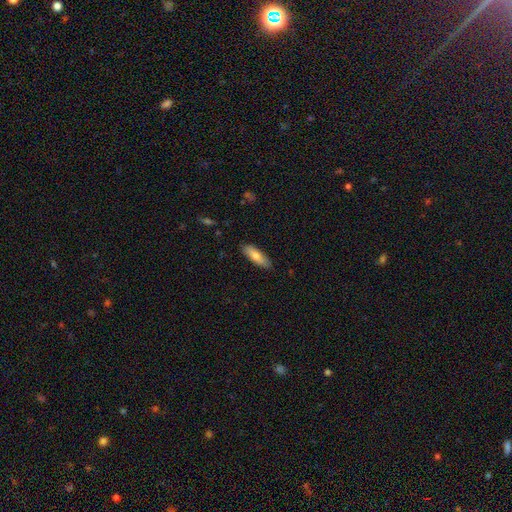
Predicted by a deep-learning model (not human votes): smooth-or-featured: smooth: 77% | featured or disk: 17% | star or artifact: 6%
  how-rounded: in between: 54% | cigar-shaped: 45% | round: 2%
  merging: none: 85% | minor disturbance: 12% | major disturbance: 2% | merger: 1%